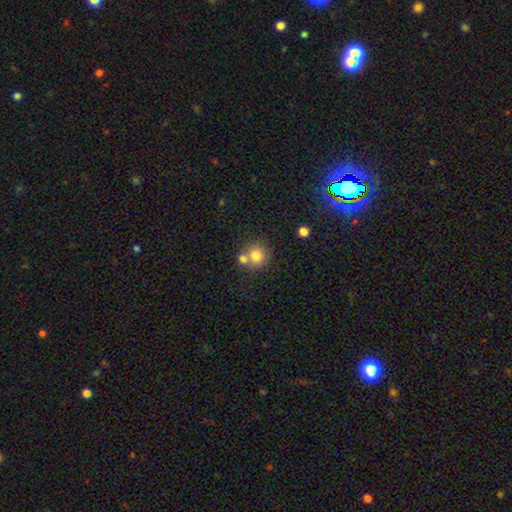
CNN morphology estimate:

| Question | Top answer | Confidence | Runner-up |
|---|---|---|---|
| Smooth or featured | smooth | 78% | star or artifact (11%) |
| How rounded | round | 89% | in between (10%) |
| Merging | none | 57% | merger (32%) |